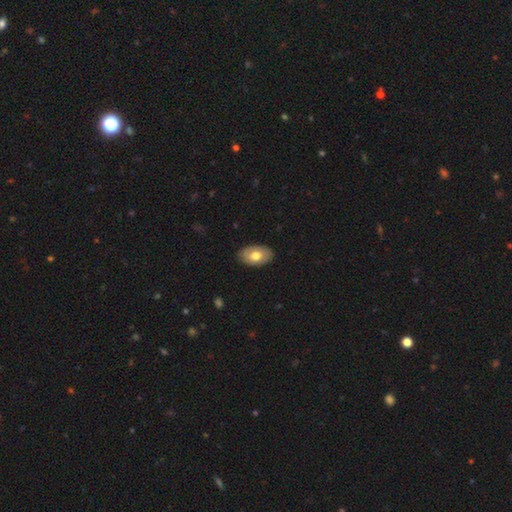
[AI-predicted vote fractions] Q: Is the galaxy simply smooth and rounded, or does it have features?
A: smooth — 67%.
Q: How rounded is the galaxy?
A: in between — 91%.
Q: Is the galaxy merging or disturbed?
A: none — 85%.